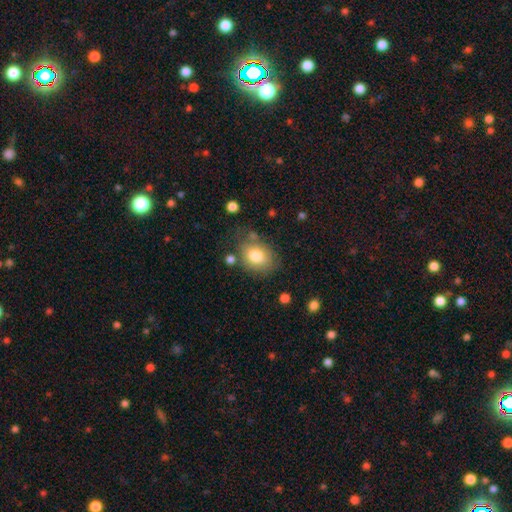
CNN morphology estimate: smooth_or_featured: smooth (p=0.79) [alt: featured or disk p=0.12]
how_rounded: in between (p=0.60) [alt: round p=0.39]
merging: none (p=0.65) [alt: minor disturbance p=0.21]